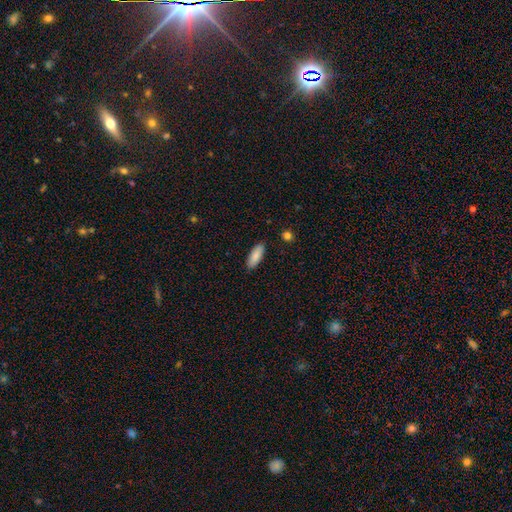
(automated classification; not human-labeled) Overall: smooth (88%). How rounded: in between (72%). Merging: none (89%).